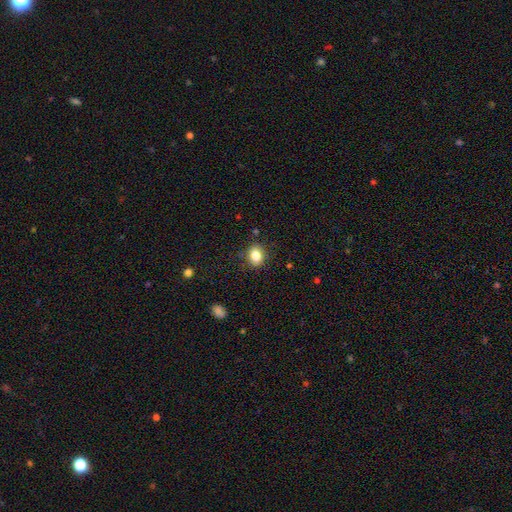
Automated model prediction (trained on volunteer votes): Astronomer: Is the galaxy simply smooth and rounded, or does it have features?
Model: smooth — 84%.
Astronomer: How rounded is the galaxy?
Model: round — 53% (runner-up: in between, 46%).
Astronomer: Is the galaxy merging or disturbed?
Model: none — 86%.